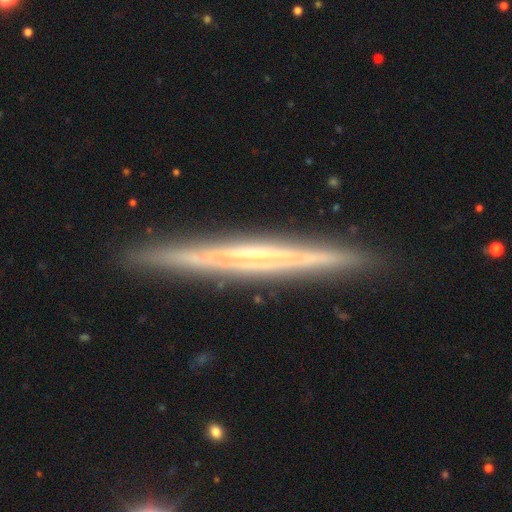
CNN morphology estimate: featured or disk 80%, smooth 14%, star or artifact 6%. Down the decision tree: edge-on disk — yes (96%); edge-on bulge — none (63%); merging — none (89%).